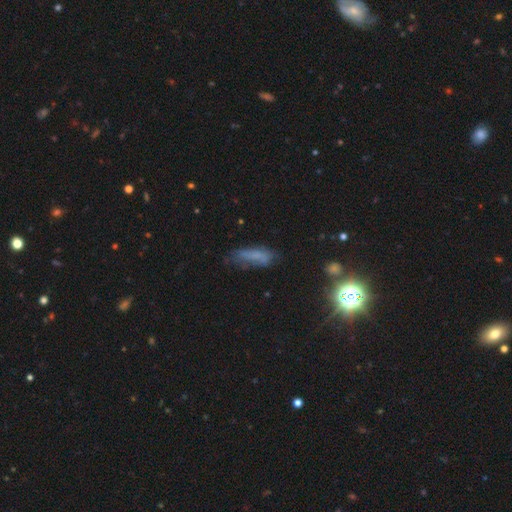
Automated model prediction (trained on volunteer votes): This is possibly a smooth galaxy (56%). How rounded: possibly in between (51%). Merging: possibly none (45%).